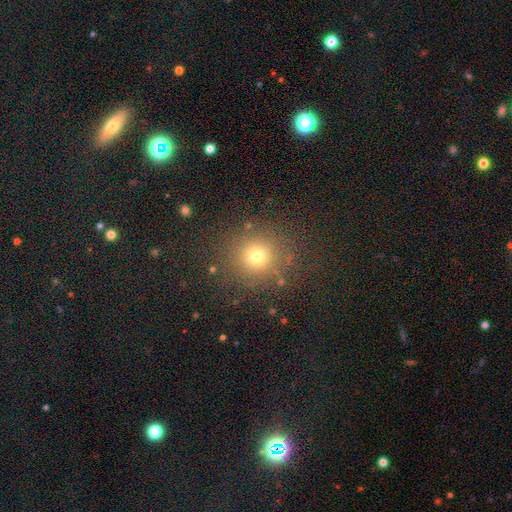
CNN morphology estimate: A smooth galaxy with no disk features (69%) that is round (88%).

Vote fractions:
- Smooth or featured? smooth: 69% / star or artifact: 23% / featured or disk: 8%
- How rounded? round: 88% / in between: 11% / cigar-shaped: 1%
- Merging? none: 86% / minor disturbance: 8% / major disturbance: 4% / merger: 2%